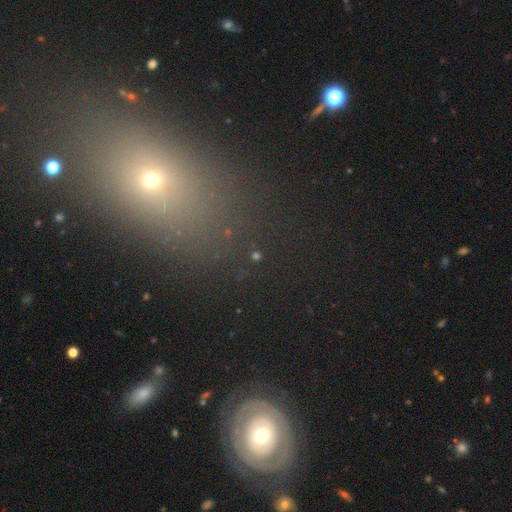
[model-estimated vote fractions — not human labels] Smooth or featured? star or artifact (60%)